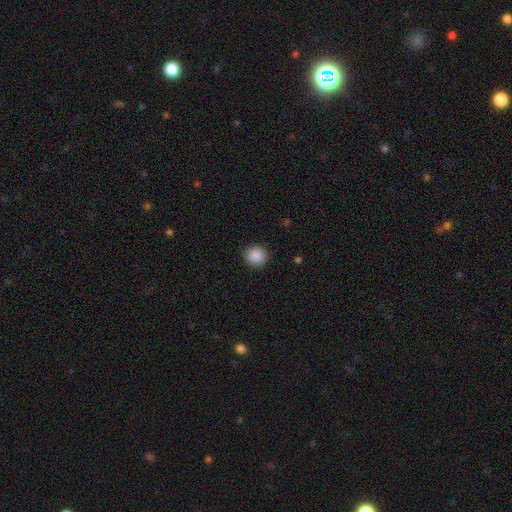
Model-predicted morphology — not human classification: smooth 89%, star or artifact 8%, featured or disk 3%. Down the decision tree: how rounded — round (88%); merging — none (87%).